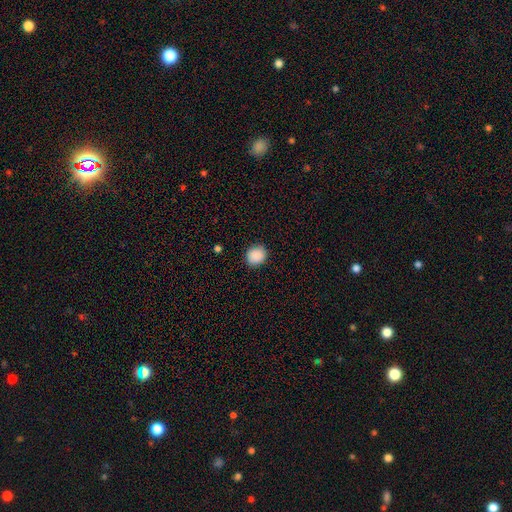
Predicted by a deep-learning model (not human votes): smooth_or_featured: smooth (p=0.89) [alt: star or artifact p=0.08]
how_rounded: round (p=0.78) [alt: in between p=0.21]
merging: none (p=0.88) [alt: minor disturbance p=0.09]